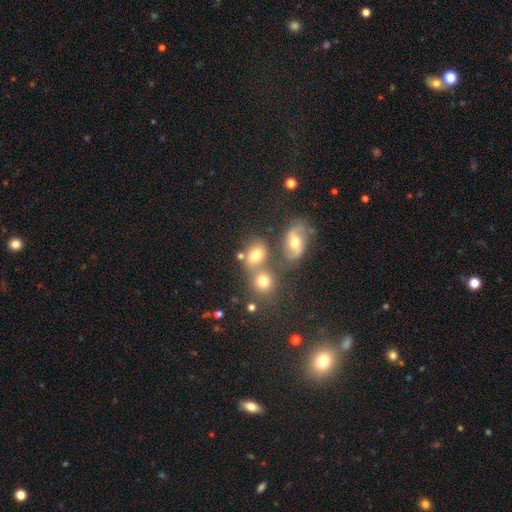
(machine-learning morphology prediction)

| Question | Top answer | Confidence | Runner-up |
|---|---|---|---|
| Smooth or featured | smooth | 60% | featured or disk (24%) |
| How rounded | in between | 58% | round (39%) |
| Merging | none | 52% | merger (30%) |